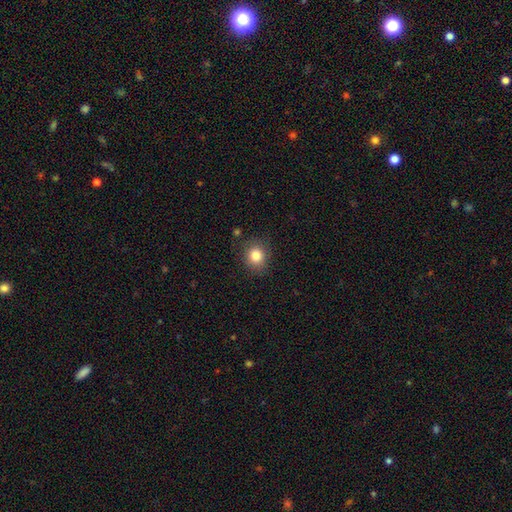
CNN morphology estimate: smooth 83%, star or artifact 10%, featured or disk 7%. Down the decision tree: how rounded — round (77%); merging — none (83%).